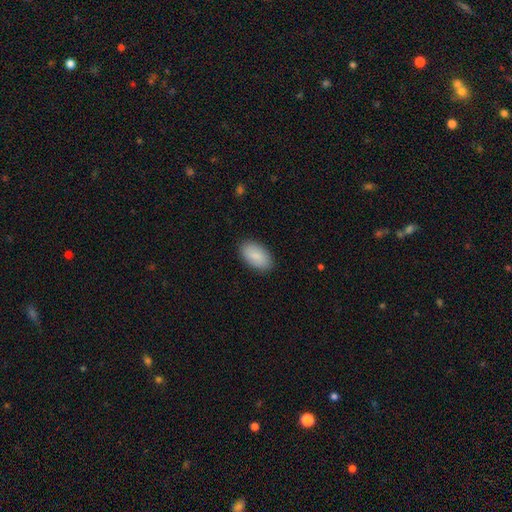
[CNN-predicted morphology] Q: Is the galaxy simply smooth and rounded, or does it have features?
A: smooth — 88%.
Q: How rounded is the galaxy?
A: in between — 95%.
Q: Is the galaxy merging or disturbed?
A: none — 88%.